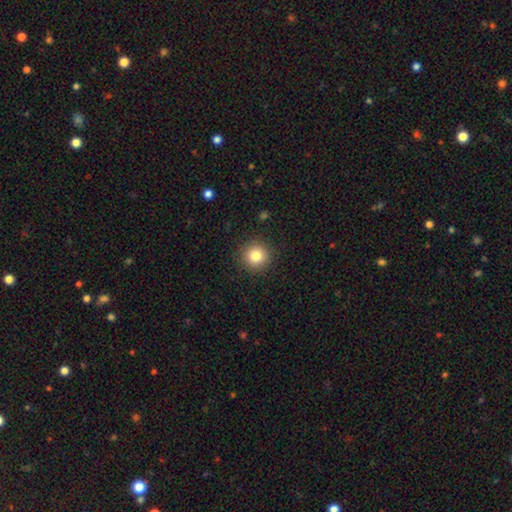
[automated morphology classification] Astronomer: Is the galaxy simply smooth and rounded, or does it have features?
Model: smooth — 82%.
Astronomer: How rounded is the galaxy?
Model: round — 95%.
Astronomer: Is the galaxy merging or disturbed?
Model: none — 91%.